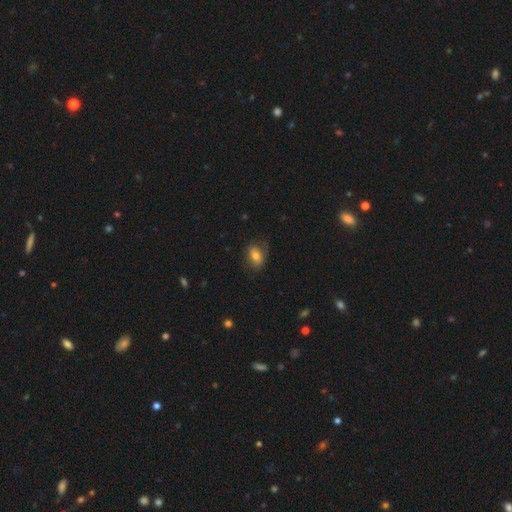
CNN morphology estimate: A smooth galaxy with no disk features (70%) that is in between round and cigar-shaped (78%). Merging: none (68%).